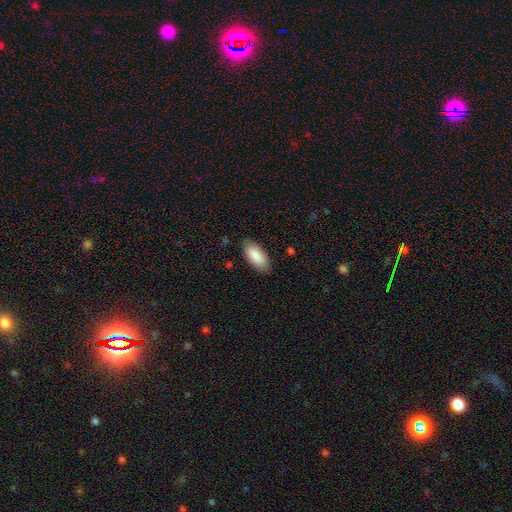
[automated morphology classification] smooth 87%, featured or disk 7%, star or artifact 6%. Down the decision tree: how rounded — in between (86%); merging — none (85%).